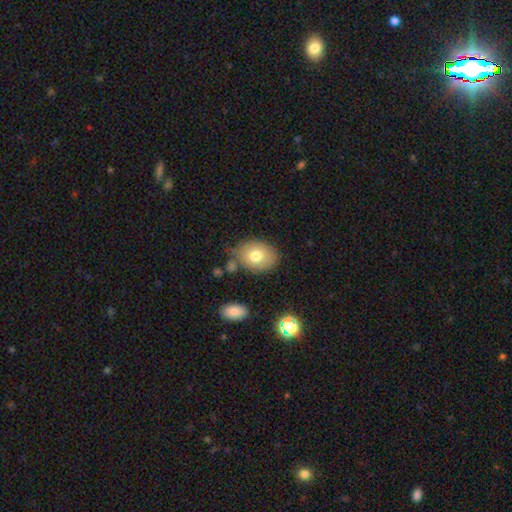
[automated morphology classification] Overall: smooth (76%). How rounded: in between (64%; round 35%). Merging: none (70%).